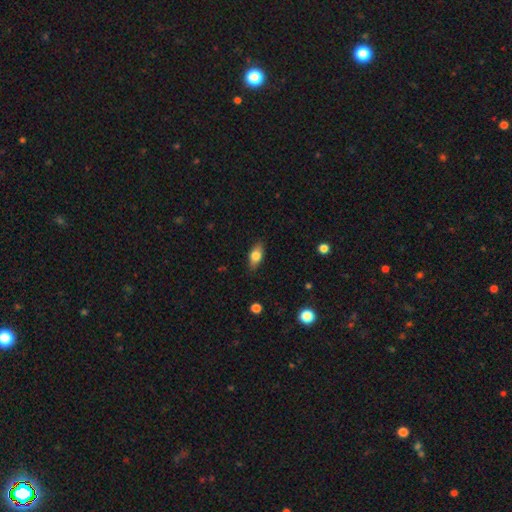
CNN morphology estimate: smooth 74%, featured or disk 19%, star or artifact 7%. Down the decision tree: how rounded — in between (83%); merging — none (84%).